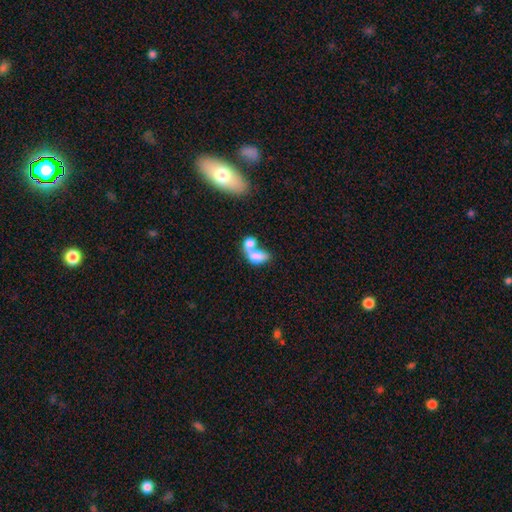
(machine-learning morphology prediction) Smooth or featured? Predicted: smooth (p=0.73). How rounded? Predicted: in between (p=0.80). Merging? Predicted: merger (p=0.74).